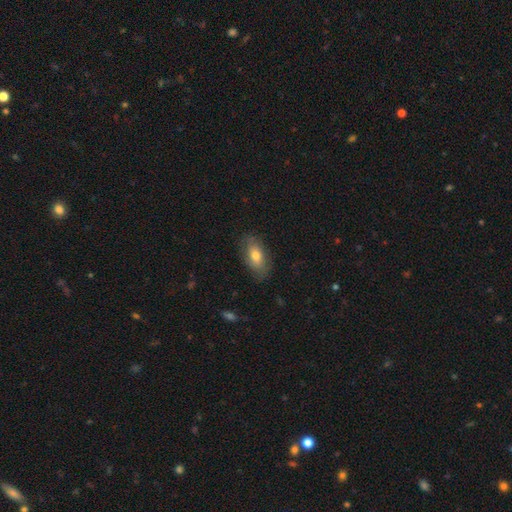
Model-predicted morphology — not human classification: A smooth galaxy with no disk features (72%) that is in between round and cigar-shaped (87%).

Vote fractions:
- Smooth or featured? smooth: 72% / featured or disk: 21% / star or artifact: 7%
- How rounded? in between: 87% / cigar-shaped: 7% / round: 6%
- Merging? none: 78% / minor disturbance: 17% / major disturbance: 4% / merger: 1%